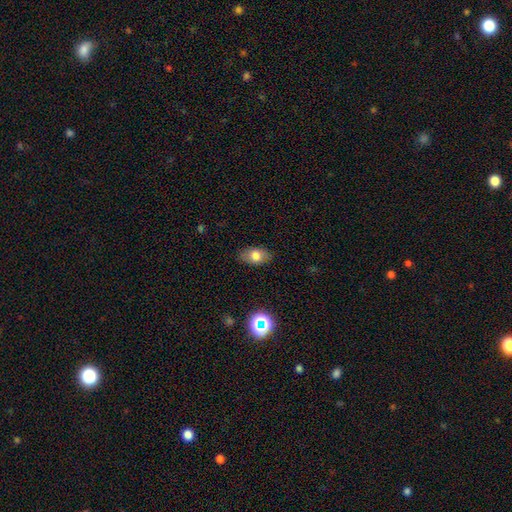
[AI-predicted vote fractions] Q: Smooth or featured?
A: smooth (75%); runner-up: featured or disk (15%)
Q: How rounded?
A: in between (88%); runner-up: round (10%)
Q: Merging?
A: none (85%); runner-up: minor disturbance (11%)